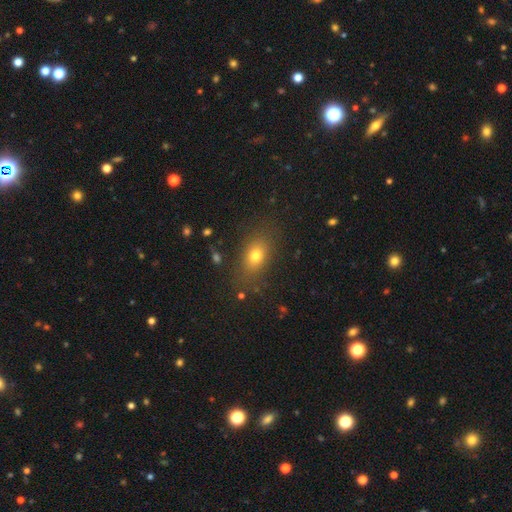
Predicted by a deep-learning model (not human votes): Smooth or featured? Predicted: smooth (p=0.75). How rounded? Predicted: in between (p=0.73). Merging? Predicted: none (p=0.80).